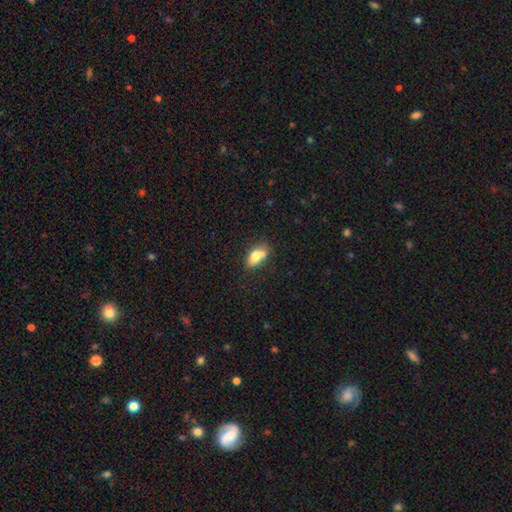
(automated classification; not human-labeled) Smooth or featured? smooth (72%)
How rounded? in between (83%)
Merging? none (47%)